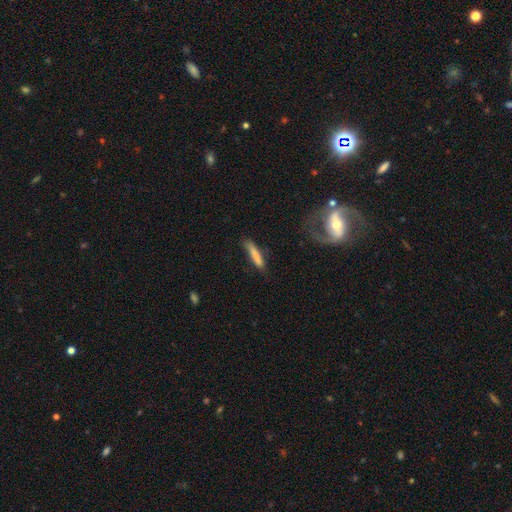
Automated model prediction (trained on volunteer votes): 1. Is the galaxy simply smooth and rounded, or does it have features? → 79% smooth, 15% featured or disk, 6% star or artifact.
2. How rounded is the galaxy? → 90% cigar-shaped, 9% in between, 1% round.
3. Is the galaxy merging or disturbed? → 74% none, 18% minor disturbance, 6% major disturbance, 3% merger.